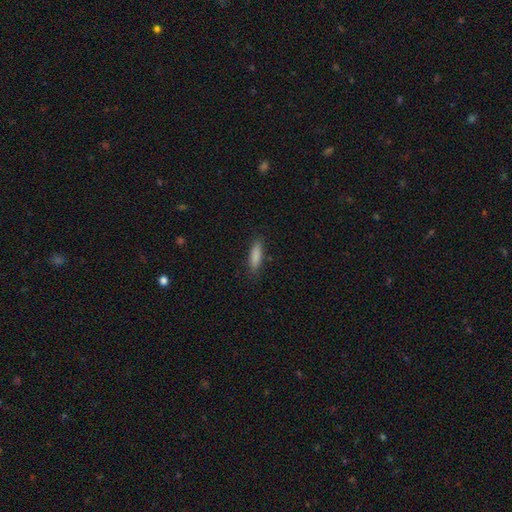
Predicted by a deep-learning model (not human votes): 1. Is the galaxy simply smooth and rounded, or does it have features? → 86% smooth, 7% featured or disk, 7% star or artifact.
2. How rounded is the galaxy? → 63% cigar-shaped, 35% in between, 2% round.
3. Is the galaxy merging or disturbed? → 85% none, 12% minor disturbance, 2% major disturbance, 1% merger.